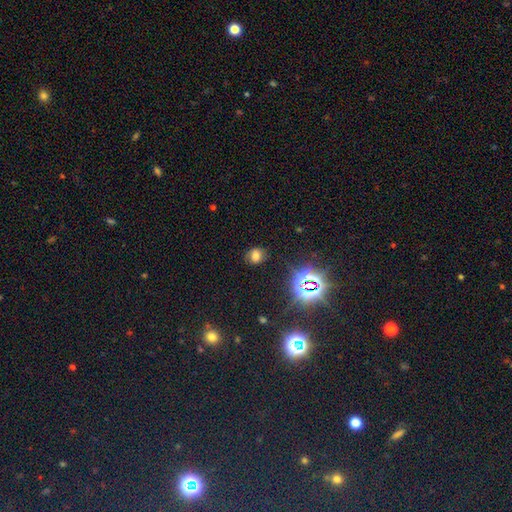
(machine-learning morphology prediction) type=smooth (64%); roundness=round (66%); merging=none (83%).